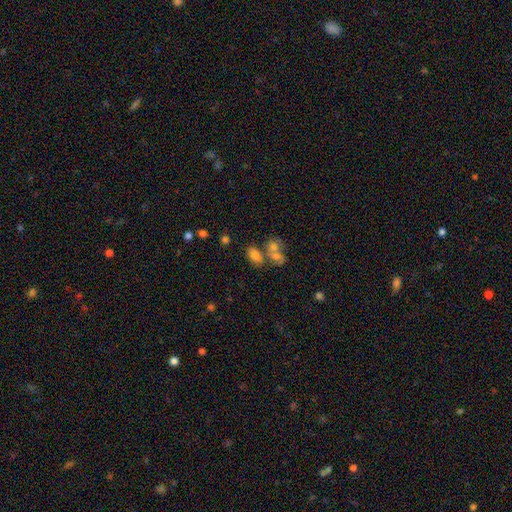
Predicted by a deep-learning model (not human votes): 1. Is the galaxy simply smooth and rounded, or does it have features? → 73% smooth, 14% featured or disk, 12% star or artifact.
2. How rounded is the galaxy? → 84% in between, 14% round, 2% cigar-shaped.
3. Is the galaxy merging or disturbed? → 44% none, 37% merger, 13% minor disturbance, 7% major disturbance.